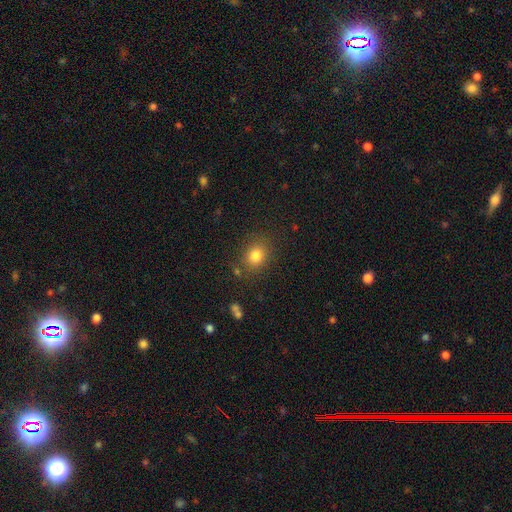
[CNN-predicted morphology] type=smooth (81%); roundness=round (60%); merging=none (82%).